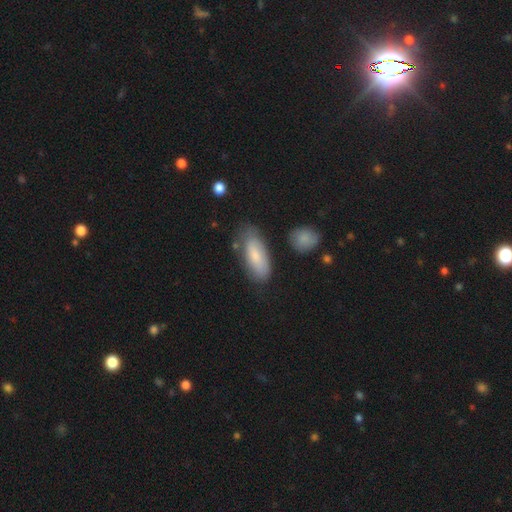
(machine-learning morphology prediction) A smooth galaxy with no disk features (74%) that is in between round and cigar-shaped (80%). Merging: none (67%).